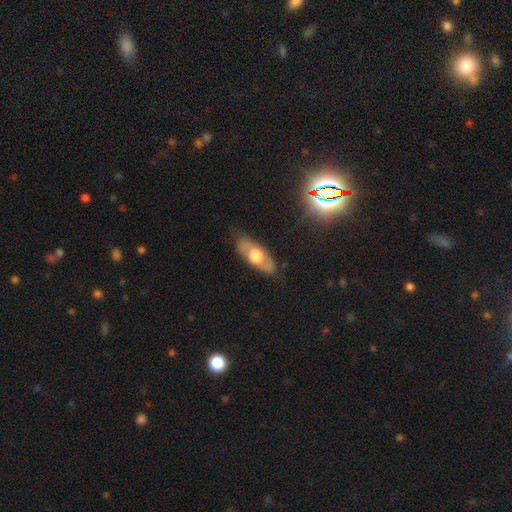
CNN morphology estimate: Smooth or featured?
  - smooth: 48% *
  - featured or disk: 46%
  - star or artifact: 6%
Merging?
  - none: 77% *
  - minor disturbance: 17%
  - major disturbance: 5%
  - merger: 1%